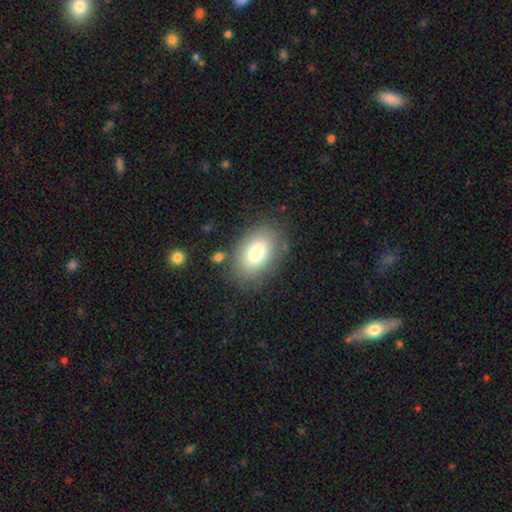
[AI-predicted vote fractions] smooth 77%, featured or disk 14%, star or artifact 8%. Down the decision tree: how rounded — in between (87%); merging — none (80%).